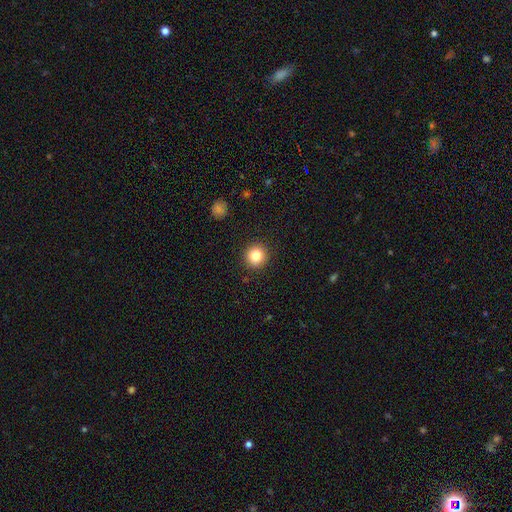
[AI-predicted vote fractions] smooth-or-featured: smooth: 83% | star or artifact: 11% | featured or disk: 7%
  how-rounded: round: 95% | in between: 5% | cigar-shaped: 1%
  merging: none: 91% | minor disturbance: 5% | major disturbance: 2% | merger: 1%